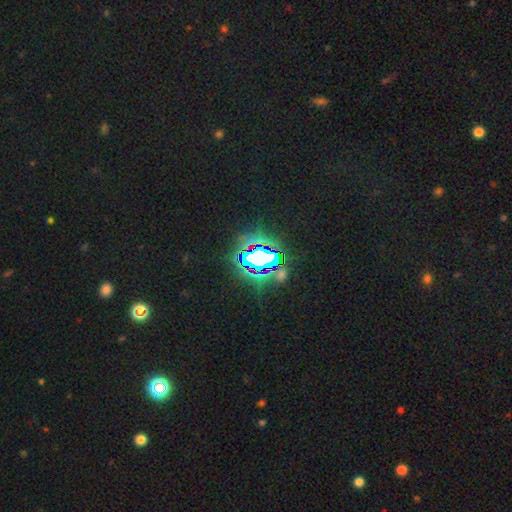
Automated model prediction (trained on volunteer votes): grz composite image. It shows a star or artifact, not a galaxy (75%).